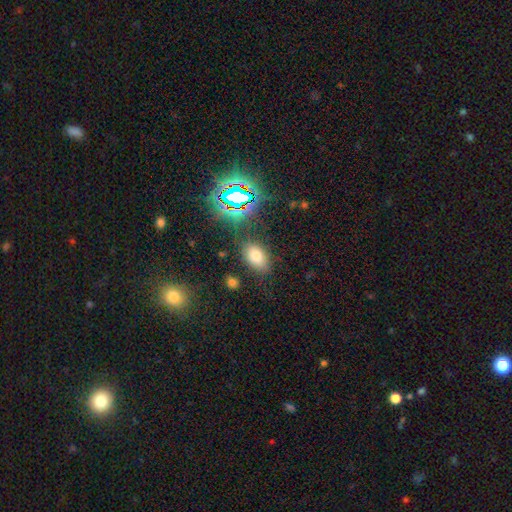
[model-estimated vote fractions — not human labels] This is likely a smooth galaxy (71%). How rounded: clearly in between (87%). Merging: likely none (79%).